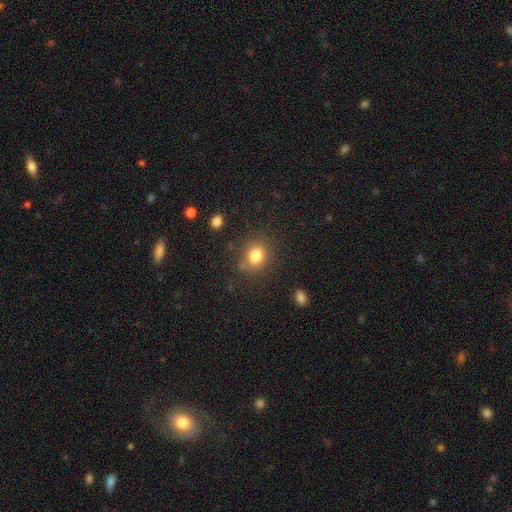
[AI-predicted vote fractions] Smooth or featured?
  - smooth: 81% *
  - star or artifact: 12%
  - featured or disk: 7%
How rounded?
  - round: 72% *
  - in between: 27%
  - cigar-shaped: 1%
Merging?
  - none: 80% *
  - minor disturbance: 12%
  - major disturbance: 4%
  - merger: 4%